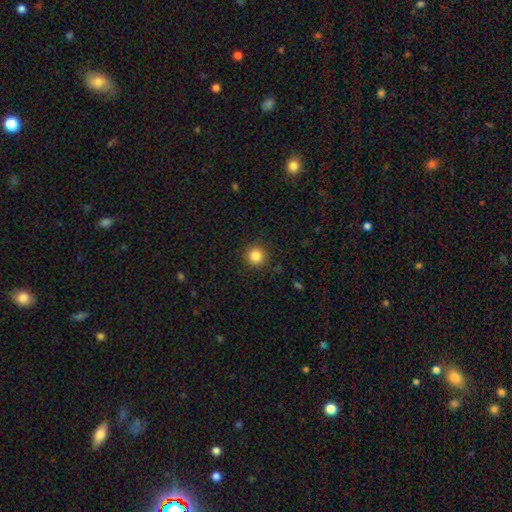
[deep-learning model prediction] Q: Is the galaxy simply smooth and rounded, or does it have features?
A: smooth — 85%.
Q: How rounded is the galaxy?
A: round — 94%.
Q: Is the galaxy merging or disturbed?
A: none — 90%.